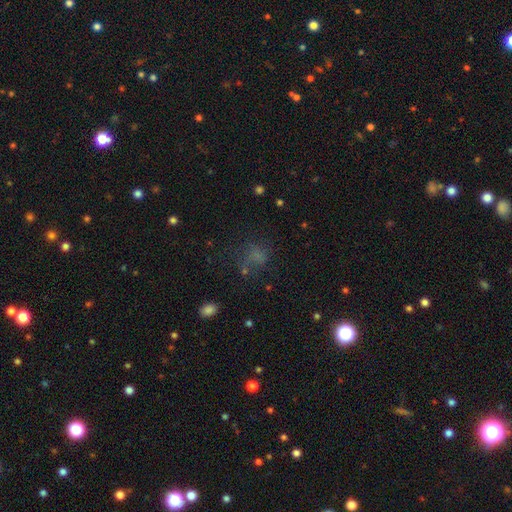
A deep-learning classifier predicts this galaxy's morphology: This is possibly a smooth galaxy (56%). How rounded: possibly round (57%). Merging: possibly none (51%).